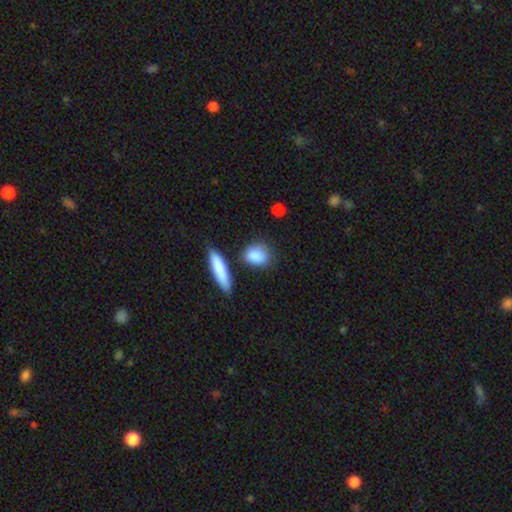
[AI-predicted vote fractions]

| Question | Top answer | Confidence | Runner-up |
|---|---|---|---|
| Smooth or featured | smooth | 89% | star or artifact (6%) |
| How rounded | in between | 64% | round (29%) |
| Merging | none | 73% | minor disturbance (15%) |